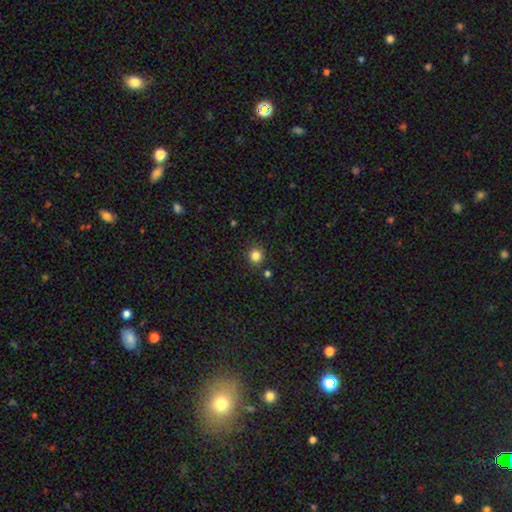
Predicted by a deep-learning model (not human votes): smooth_or_featured: smooth (p=0.83) [alt: star or artifact p=0.13]
how_rounded: round (p=0.90) [alt: in between p=0.09]
merging: none (p=0.88) [alt: minor disturbance p=0.07]